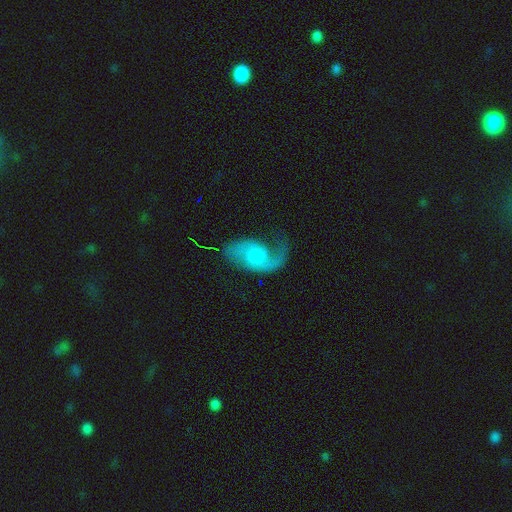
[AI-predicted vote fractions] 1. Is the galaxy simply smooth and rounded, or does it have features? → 82% featured or disk, 13% smooth, 6% star or artifact.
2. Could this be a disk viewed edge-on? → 97% no, 3% yes.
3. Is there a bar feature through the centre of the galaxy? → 65% no, 30% weak, 5% strong.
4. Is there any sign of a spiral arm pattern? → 96% yes, 4% no.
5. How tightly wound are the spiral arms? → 56% loose, 34% medium, 10% tight.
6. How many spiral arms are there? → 73% 2, 22% 1, 3% can't tell, 1% 3, 1% 4, 1% more than 4.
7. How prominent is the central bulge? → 31% moderate, 30% small, 23% none, 14% large, 3% dominant.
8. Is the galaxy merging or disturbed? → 58% none, 21% minor disturbance, 19% major disturbance, 2% merger.